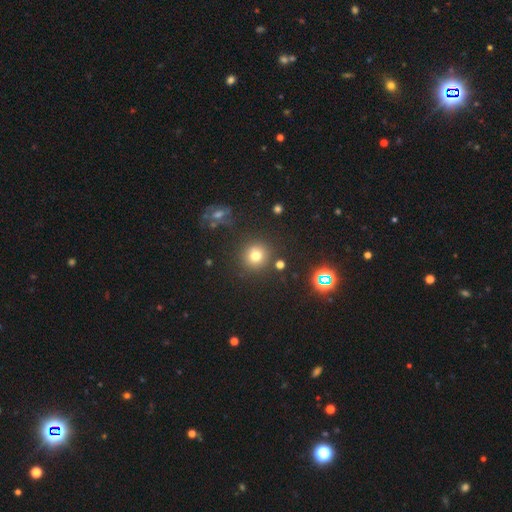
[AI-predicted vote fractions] Q: Smooth or featured?
A: smooth (73%); runner-up: star or artifact (18%)
Q: How rounded?
A: round (93%); runner-up: in between (6%)
Q: Merging?
A: none (84%); runner-up: minor disturbance (8%)